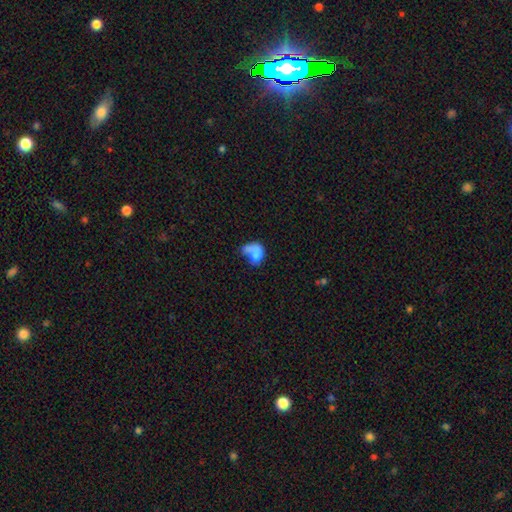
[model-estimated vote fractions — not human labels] smooth 58%, featured or disk 33%, star or artifact 9%. Down the decision tree: how rounded — in between (70%); merging — merger (32%).